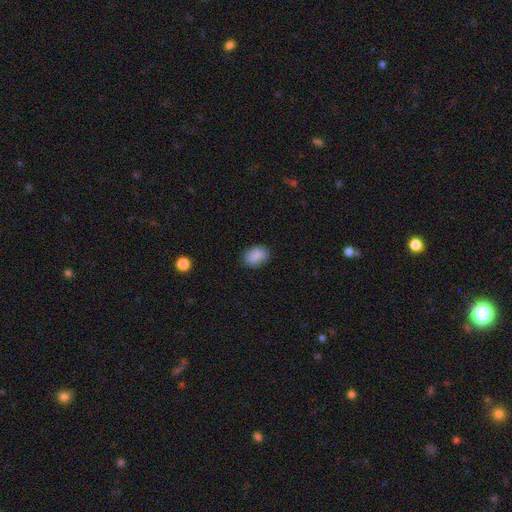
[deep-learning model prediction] Q: Smooth or featured?
A: smooth (89%); runner-up: star or artifact (8%)
Q: How rounded?
A: in between (74%); runner-up: round (25%)
Q: Merging?
A: none (87%); runner-up: minor disturbance (10%)